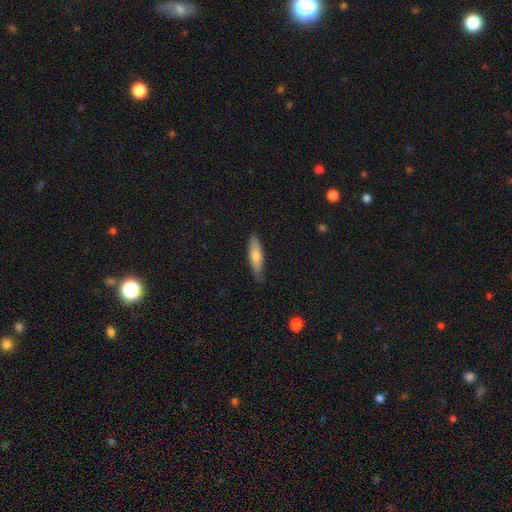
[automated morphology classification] Smooth or featured: smooth — 67% (featured or disk — 27%)
How rounded: cigar-shaped — 66% (in between — 33%)
Merging: none — 80% (minor disturbance — 16%)